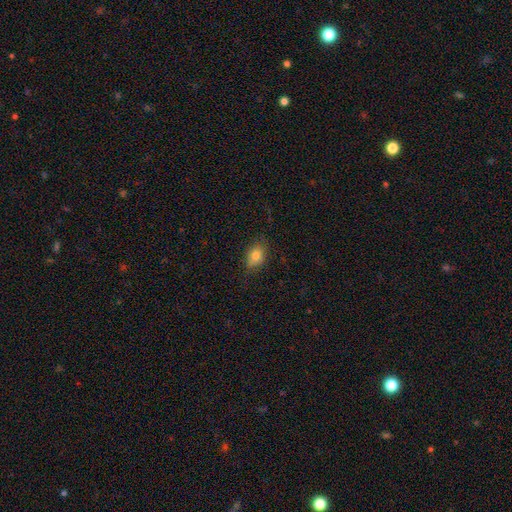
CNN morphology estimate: type=smooth (80%); roundness=in between (74%); merging=none (78%).